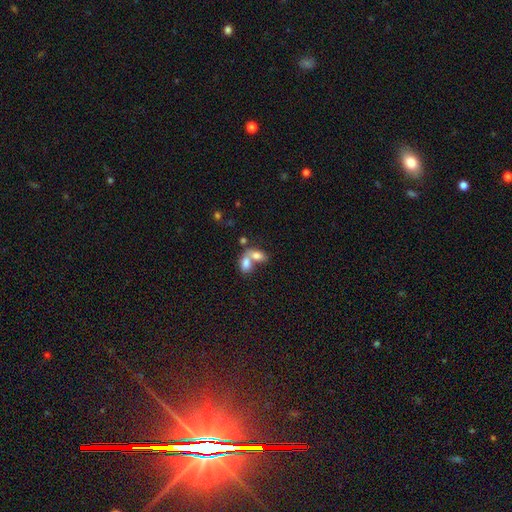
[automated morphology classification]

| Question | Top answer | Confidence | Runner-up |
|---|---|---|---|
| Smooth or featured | smooth | 77% | featured or disk (15%) |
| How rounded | in between | 86% | round (11%) |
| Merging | merger | 72% | none (19%) |